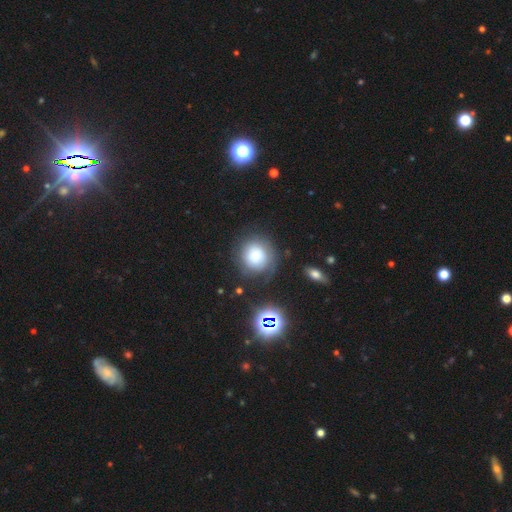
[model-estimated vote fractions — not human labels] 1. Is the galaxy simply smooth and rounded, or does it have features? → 75% smooth, 13% star or artifact, 13% featured or disk.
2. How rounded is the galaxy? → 90% round, 9% in between, 1% cigar-shaped.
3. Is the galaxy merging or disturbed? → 72% none, 16% minor disturbance, 8% major disturbance, 4% merger.